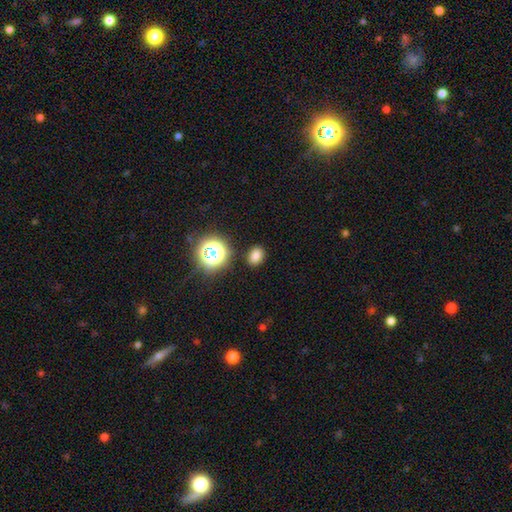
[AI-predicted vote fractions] A smooth galaxy with no disk features (77%) that is in between round and cigar-shaped (56%).

Vote fractions:
- Smooth or featured? smooth: 77% / star or artifact: 18% / featured or disk: 6%
- How rounded? in between: 56% / round: 43% / cigar-shaped: 1%
- Merging? none: 85% / minor disturbance: 9% / merger: 3% / major disturbance: 3%